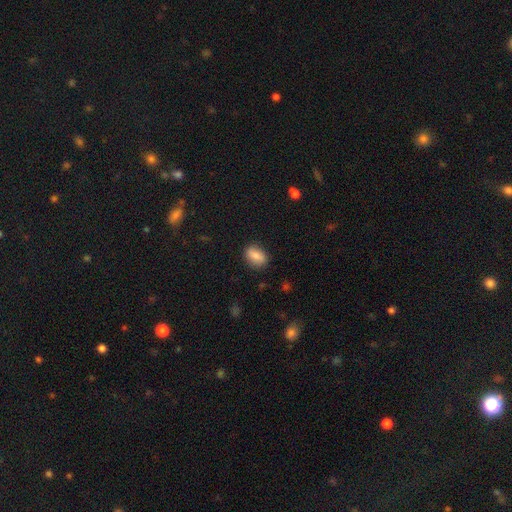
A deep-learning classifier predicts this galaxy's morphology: Overall: smooth (81%). How rounded: in between (77%). Merging: none (85%).